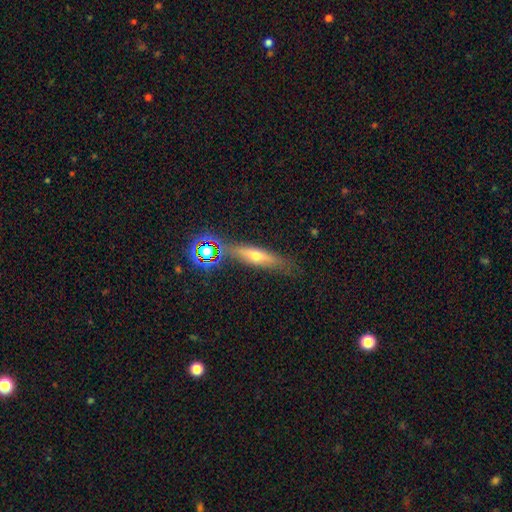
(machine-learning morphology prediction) smooth_or_featured: featured or disk (p=0.46) [alt: smooth p=0.38]
merging: none (p=0.76) [alt: minor disturbance p=0.14]